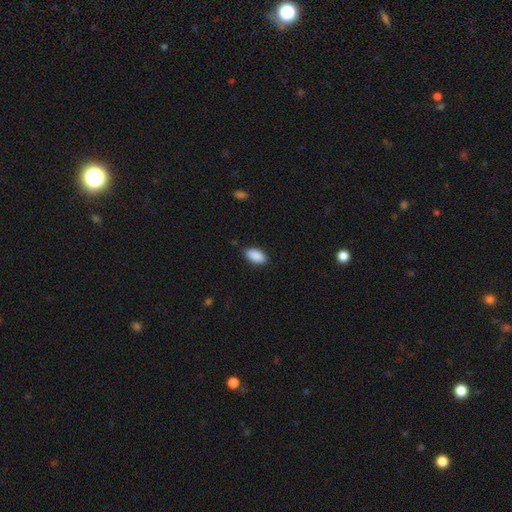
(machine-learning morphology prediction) This is clearly a smooth galaxy (91%). How rounded: clearly in between (94%). Merging: clearly none (88%).